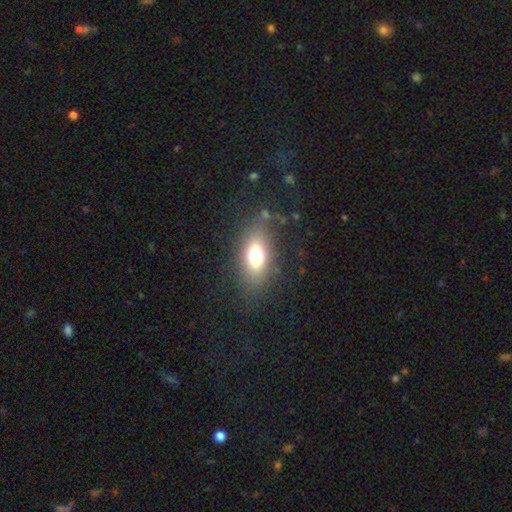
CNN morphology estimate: Smooth or featured?
  - smooth: 68% *
  - featured or disk: 20%
  - star or artifact: 12%
How rounded?
  - in between: 81% *
  - round: 11%
  - cigar-shaped: 9%
Merging?
  - none: 78% *
  - minor disturbance: 13%
  - major disturbance: 7%
  - merger: 2%